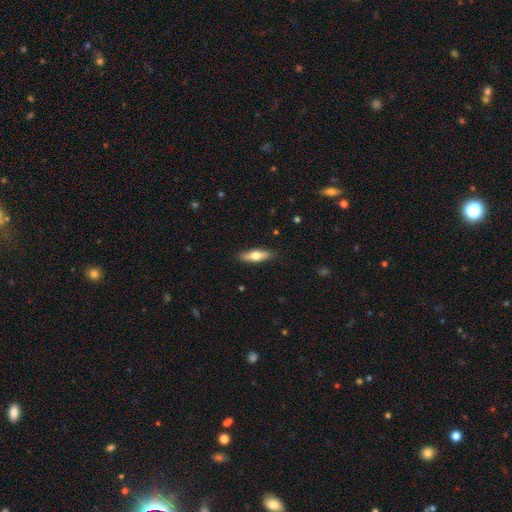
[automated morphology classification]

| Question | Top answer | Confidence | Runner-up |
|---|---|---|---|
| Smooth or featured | smooth | 56% | featured or disk (39%) |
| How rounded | cigar-shaped | 53% | in between (44%) |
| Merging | none | 88% | minor disturbance (9%) |